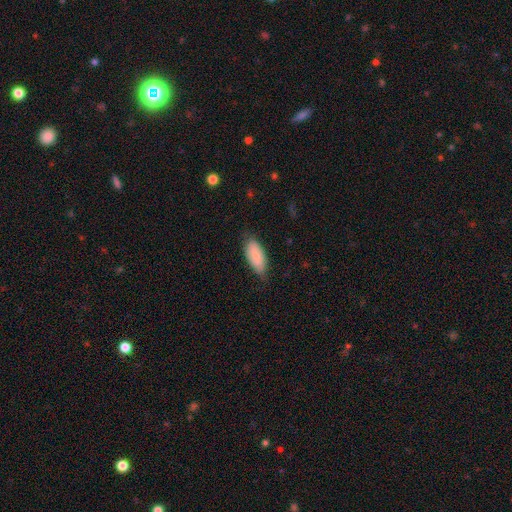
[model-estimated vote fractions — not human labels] Smooth or featured?
  - smooth: 82% *
  - featured or disk: 12%
  - star or artifact: 6%
How rounded?
  - in between: 87% *
  - cigar-shaped: 11%
  - round: 2%
Merging?
  - none: 71% *
  - minor disturbance: 24%
  - major disturbance: 4%
  - merger: 1%